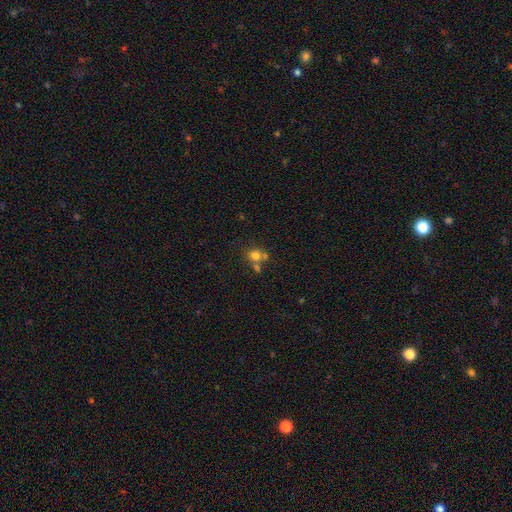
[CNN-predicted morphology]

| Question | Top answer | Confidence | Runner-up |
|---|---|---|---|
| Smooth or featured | smooth | 74% | star or artifact (14%) |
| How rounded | round | 71% | in between (28%) |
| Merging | none | 46% | merger (39%) |